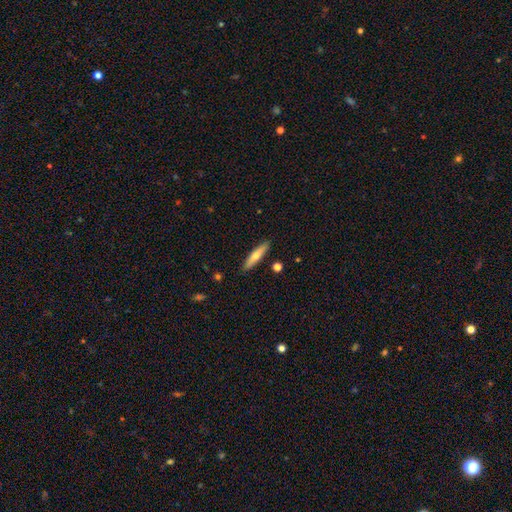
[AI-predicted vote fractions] Morphology: type=smooth (54%); roundness=cigar-shaped (84%); merging=none (89%).